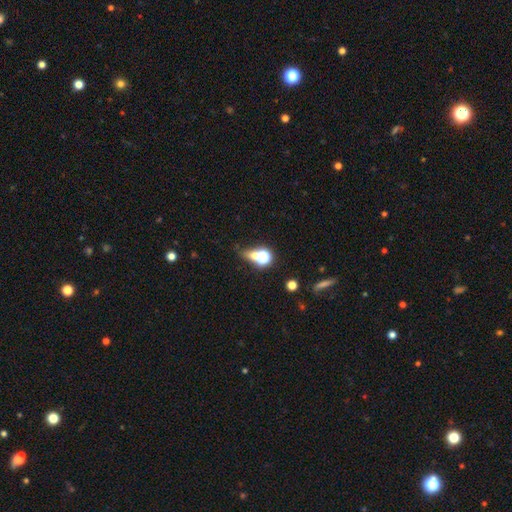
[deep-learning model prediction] Morphology: type=smooth (55%); roundness=round (50%); merging=none (44%).